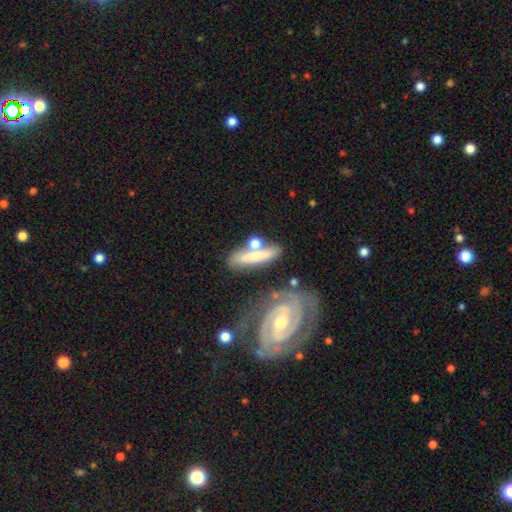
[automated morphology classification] smooth-or-featured: smooth: 47% | featured or disk: 46% | star or artifact: 7%
  merging: none: 52% | merger: 23% | minor disturbance: 17% | major disturbance: 7%